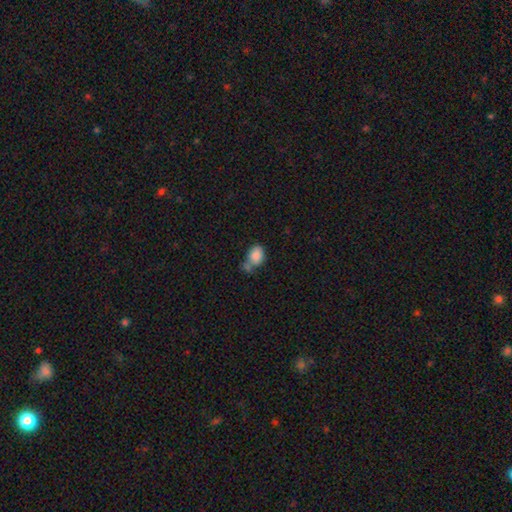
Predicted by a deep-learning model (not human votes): Overall: smooth (85%). How rounded: in between (68%; round 31%). Merging: none (42%; merger 35%).